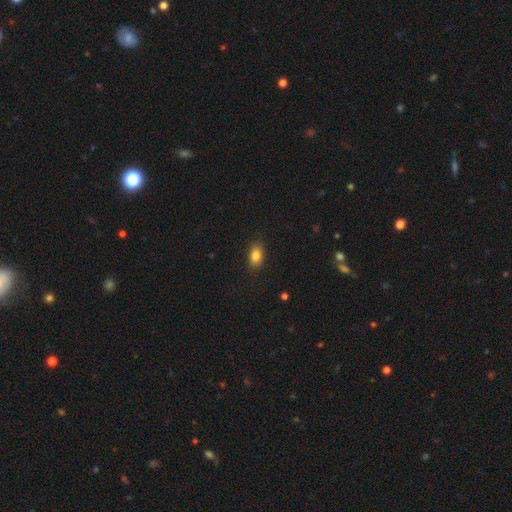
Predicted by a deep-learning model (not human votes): This appears to be a smooth galaxy with no disk features (83%) that is in between round and cigar-shaped (83%). Merging: none (86%).